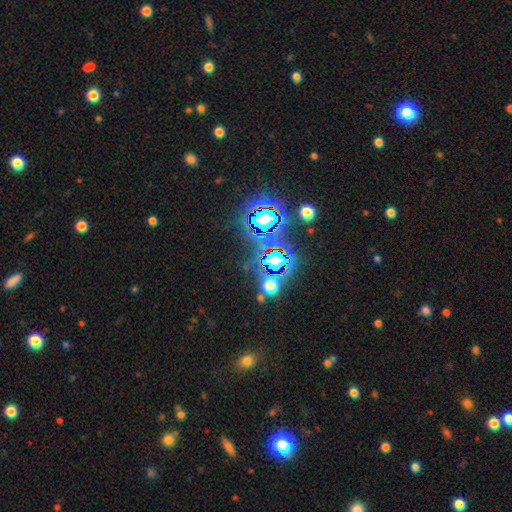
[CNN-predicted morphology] smooth_or_featured: star or artifact (p=0.80) [alt: smooth p=0.13]